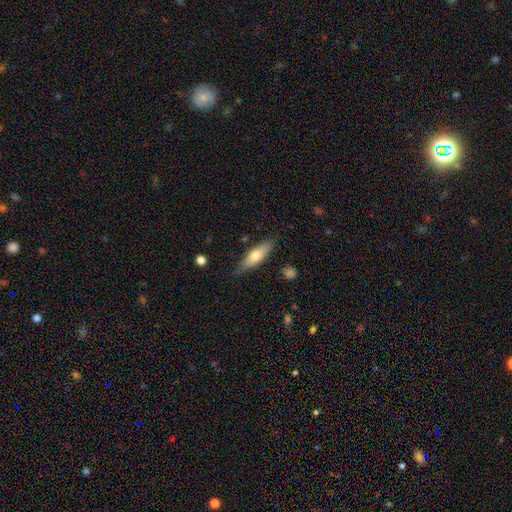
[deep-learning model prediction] The model was most divided on "how rounded": cigar-shaped: 50%, in between: 48%, round: 2%. More confident: merging — none (81%); smooth or featured — smooth (61%).